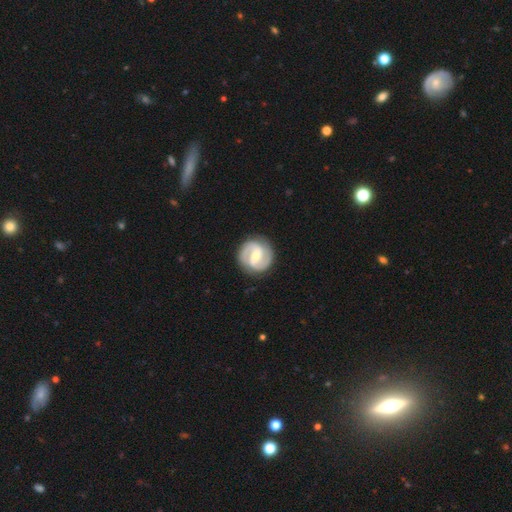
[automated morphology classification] This appears to be a featured or disk galaxy (85%) with a weak bar (46%), 2 (92%) medium (46%) spiral arms (95%) and a moderate central bulge (57%). Merging: none (87%).